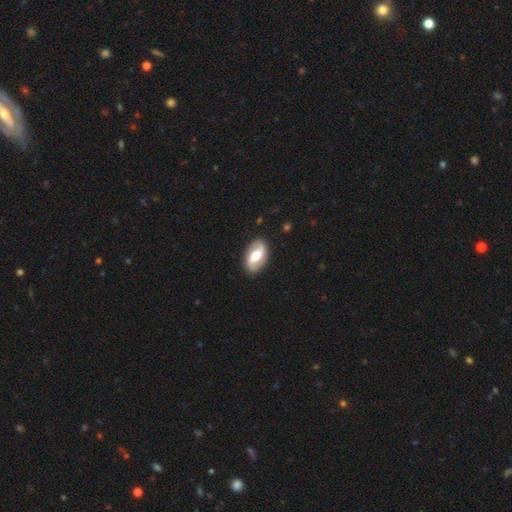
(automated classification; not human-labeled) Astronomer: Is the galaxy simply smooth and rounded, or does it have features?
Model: featured or disk — 69%.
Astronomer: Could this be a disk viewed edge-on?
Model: no — 95%.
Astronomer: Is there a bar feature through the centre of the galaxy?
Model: weak — 39% (runner-up: strong, 34%).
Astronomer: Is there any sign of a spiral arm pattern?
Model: yes — 84%.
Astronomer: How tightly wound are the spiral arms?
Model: loose — 55%.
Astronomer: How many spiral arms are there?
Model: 2 — 90%.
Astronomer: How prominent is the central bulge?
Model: moderate — 63%.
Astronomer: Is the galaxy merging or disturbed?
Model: none — 86%.